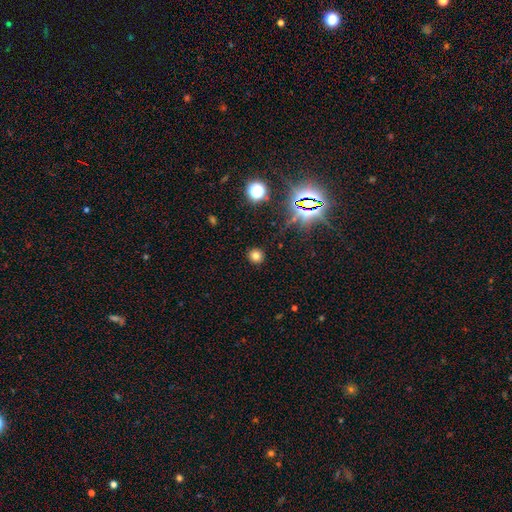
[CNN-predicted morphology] type=smooth (73%); roundness=round (91%); merging=none (90%).